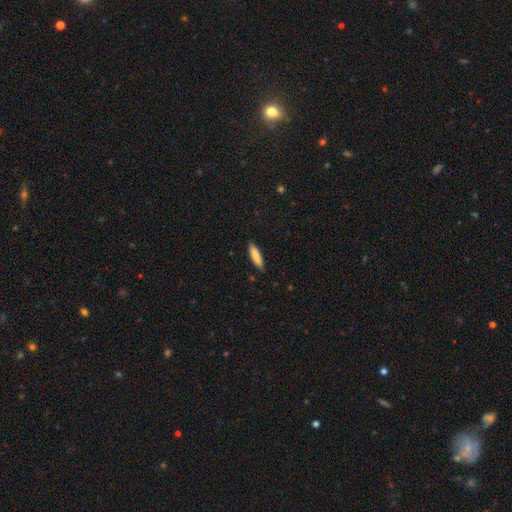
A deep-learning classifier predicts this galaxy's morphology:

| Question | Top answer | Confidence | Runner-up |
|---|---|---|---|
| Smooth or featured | smooth | 85% | featured or disk (10%) |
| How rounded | cigar-shaped | 76% | in between (23%) |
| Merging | none | 87% | minor disturbance (10%) |